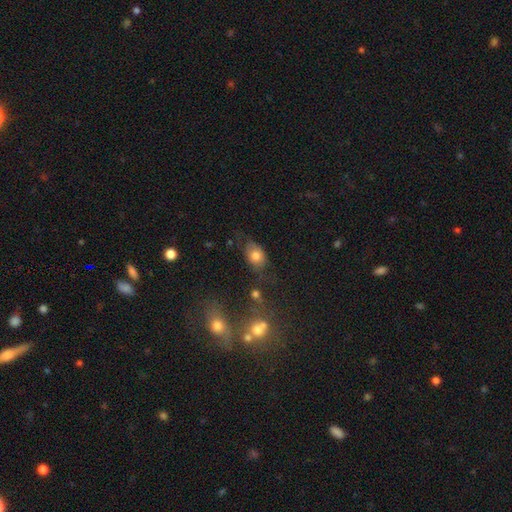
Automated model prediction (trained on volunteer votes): Morphology: type=smooth (75%); roundness=in between (75%); merging=none (59%).